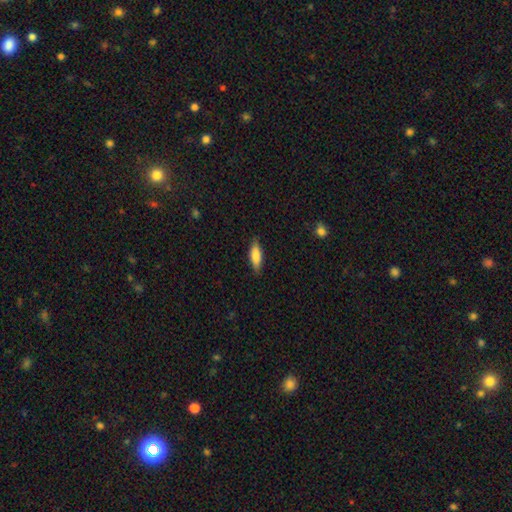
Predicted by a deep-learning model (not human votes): This appears to be a smooth galaxy with no disk features (79%) that is in between round and cigar-shaped (55%). Merging: none (84%).